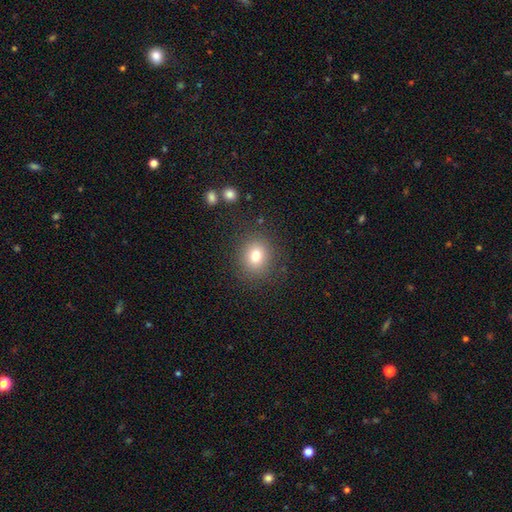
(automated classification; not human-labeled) This is likely a smooth galaxy (77%). How rounded: likely round (80%). Merging: clearly none (86%).